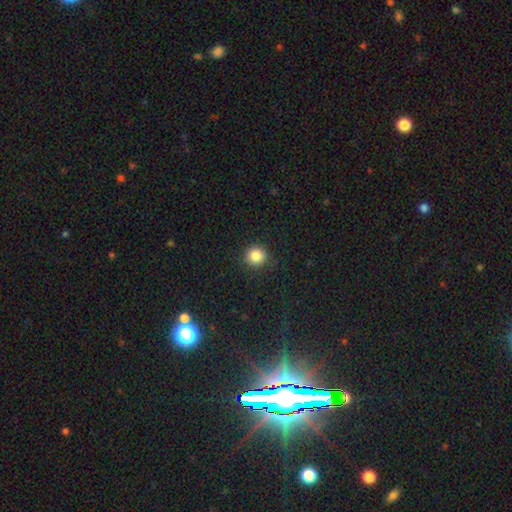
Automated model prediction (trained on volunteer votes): The model was most divided on "smooth or featured": smooth: 86%, star or artifact: 11%, featured or disk: 4%. More confident: how rounded — round (93%); merging — none (90%).